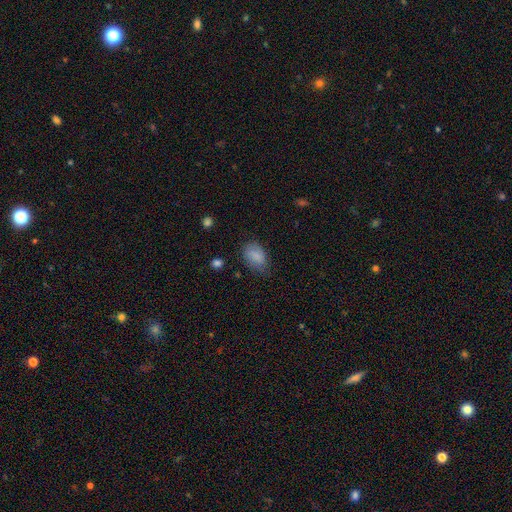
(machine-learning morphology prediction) Overall: smooth (84%). How rounded: in between (87%). Merging: none (62%; minor disturbance 29%).